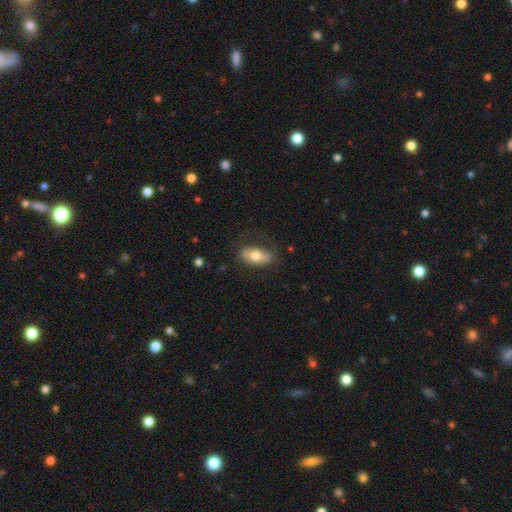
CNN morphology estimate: smooth 64%, featured or disk 29%, star or artifact 6%. Down the decision tree: how rounded — in between (88%); merging — none (73%).